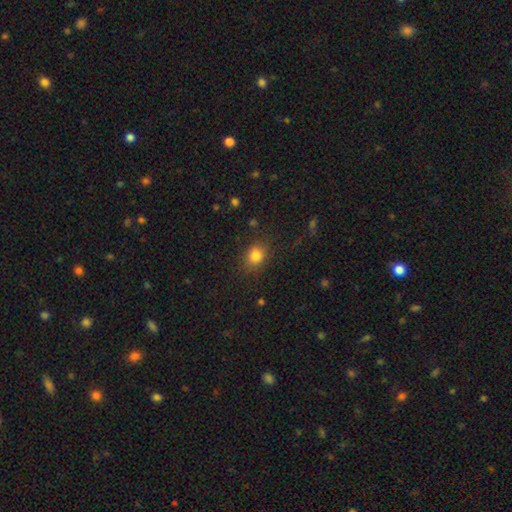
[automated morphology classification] Smooth or featured: smooth — 82% (star or artifact — 12%)
How rounded: round — 61% (in between — 37%)
Merging: none — 83% (minor disturbance — 11%)